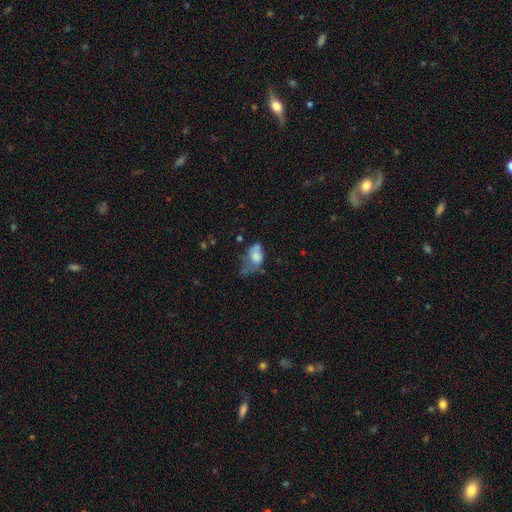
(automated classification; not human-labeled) The model was most divided on "merging": major disturbance: 36%, minor disturbance: 28%, none: 21%, merger: 15%. More confident: how rounded — in between (80%); smooth or featured — smooth (62%).